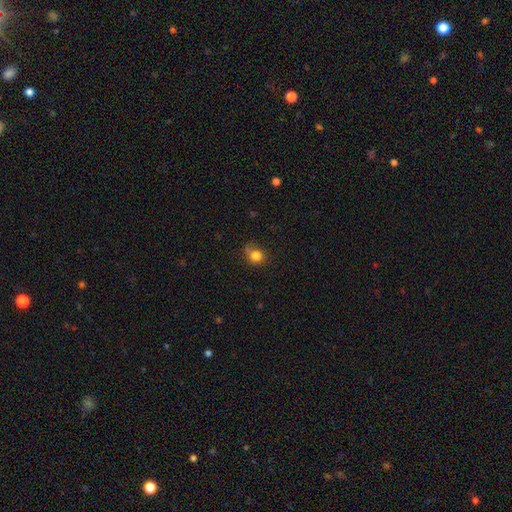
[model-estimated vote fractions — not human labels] Overall: smooth (81%). How rounded: round (81%). Merging: none (62%; minor disturbance 23%).